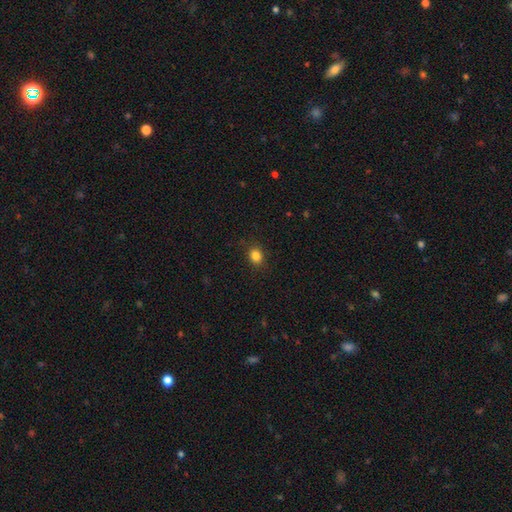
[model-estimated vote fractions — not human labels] The model was most divided on "how rounded": round: 58%, in between: 41%, cigar-shaped: 1%. More confident: merging — none (88%); smooth or featured — smooth (84%).